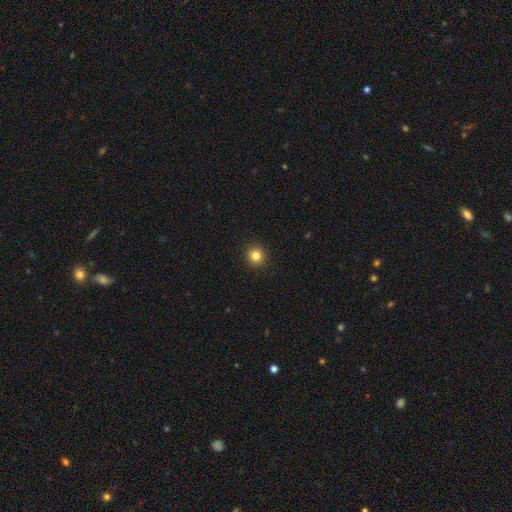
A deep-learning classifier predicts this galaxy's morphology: A smooth galaxy with no disk features (83%) that is round (93%).

Vote fractions:
- Smooth or featured? smooth: 83% / star or artifact: 12% / featured or disk: 5%
- How rounded? round: 93% / in between: 6% / cigar-shaped: 1%
- Merging? none: 93% / minor disturbance: 4% / major disturbance: 2% / merger: 1%